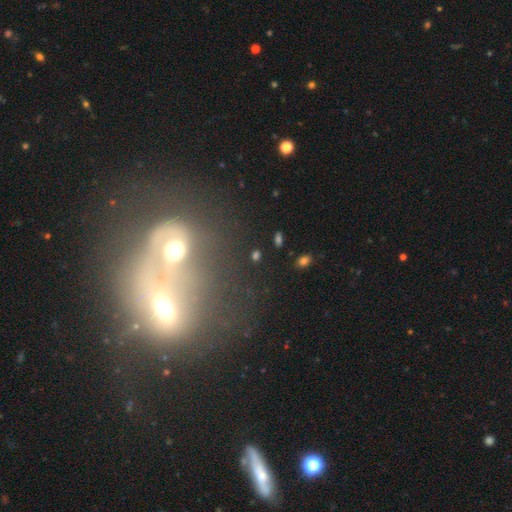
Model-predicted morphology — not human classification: This is marginally a smooth galaxy (44%). Merging: likely none (71%).